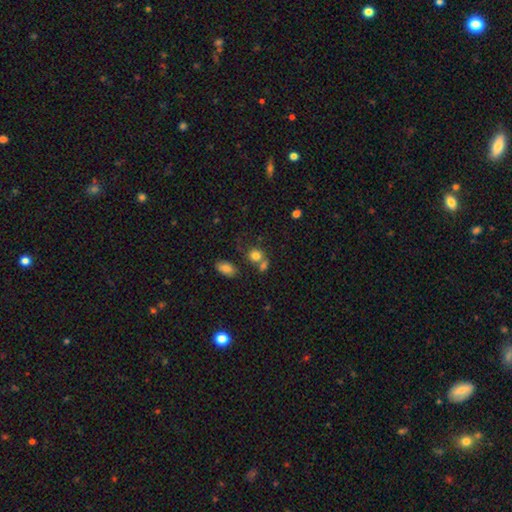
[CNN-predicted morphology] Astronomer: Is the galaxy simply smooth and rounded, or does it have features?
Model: smooth — 80%.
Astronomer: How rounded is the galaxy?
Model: round — 73%.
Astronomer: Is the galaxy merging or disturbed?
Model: none — 48% (runner-up: merger, 33%).